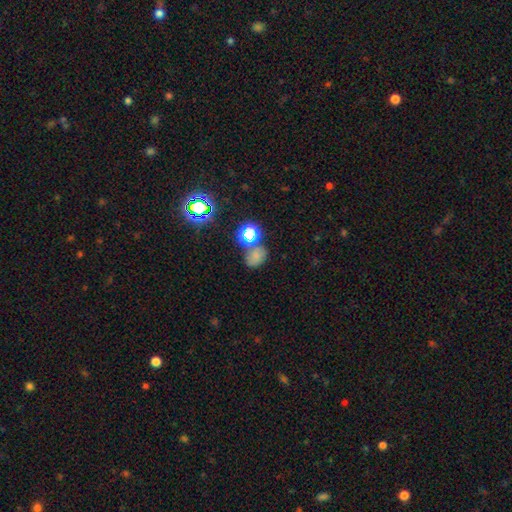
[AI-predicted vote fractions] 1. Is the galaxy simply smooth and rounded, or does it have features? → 59% smooth, 31% star or artifact, 11% featured or disk.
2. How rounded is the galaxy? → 59% in between, 40% round, 1% cigar-shaped.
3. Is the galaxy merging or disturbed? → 53% none, 22% merger, 18% minor disturbance, 8% major disturbance.